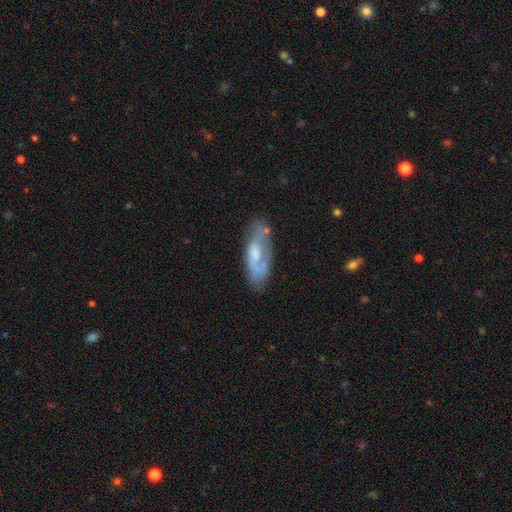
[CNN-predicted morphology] type=featured or disk (49%); merging=none (56%).